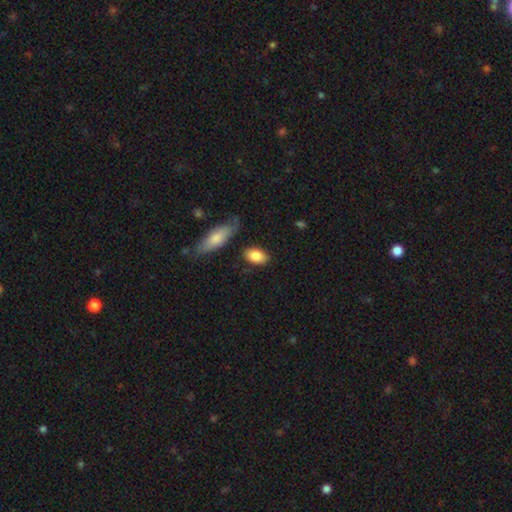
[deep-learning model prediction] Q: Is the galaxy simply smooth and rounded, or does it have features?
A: smooth — 86%.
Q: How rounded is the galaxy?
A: in between — 89%.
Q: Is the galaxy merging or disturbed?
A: none — 80%.